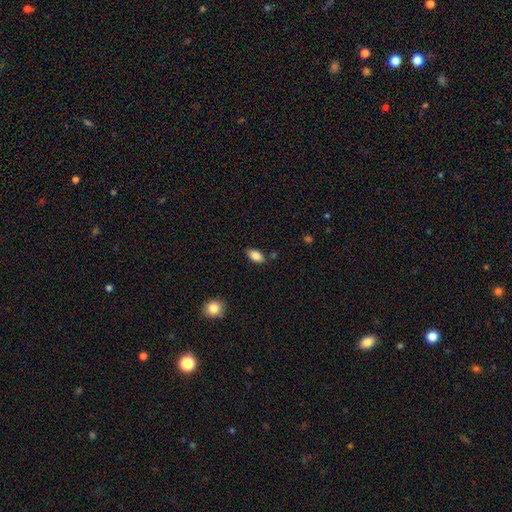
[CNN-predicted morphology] smooth 83%, featured or disk 9%, star or artifact 8%. Down the decision tree: how rounded — in between (91%); merging — none (82%).